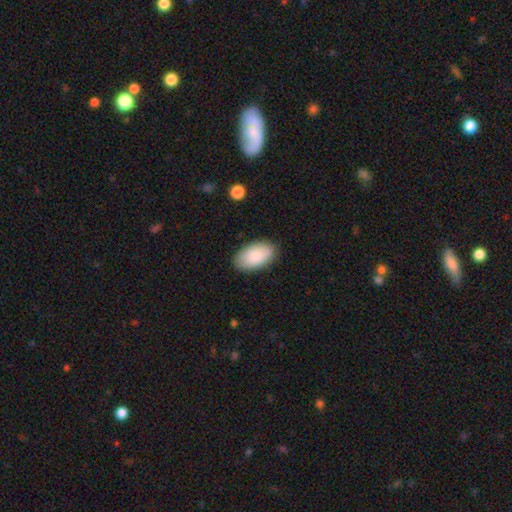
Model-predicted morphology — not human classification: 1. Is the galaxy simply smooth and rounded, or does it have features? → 87% smooth, 7% featured or disk, 6% star or artifact.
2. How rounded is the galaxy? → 95% in between, 3% round, 1% cigar-shaped.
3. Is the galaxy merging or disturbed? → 86% none, 10% minor disturbance, 2% major disturbance, 1% merger.